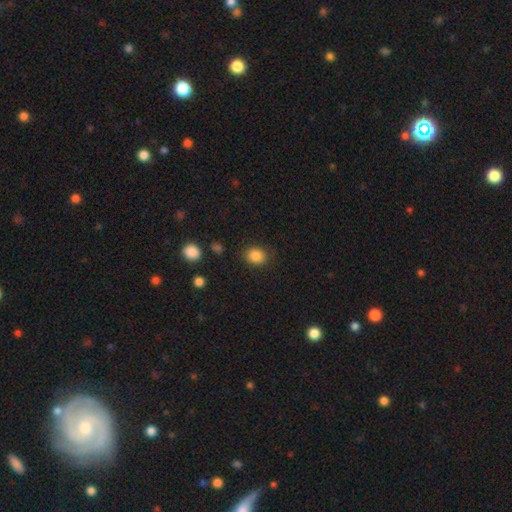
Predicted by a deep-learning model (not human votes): smooth 85%, star or artifact 10%, featured or disk 5%. Down the decision tree: how rounded — round (57%); merging — none (84%).